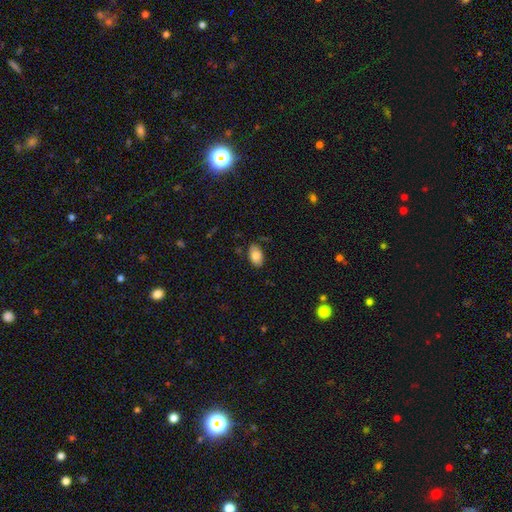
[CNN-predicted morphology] Smooth or featured? Predicted: smooth (p=0.82). How rounded? Predicted: in between (p=0.92). Merging? Predicted: none (p=0.79).